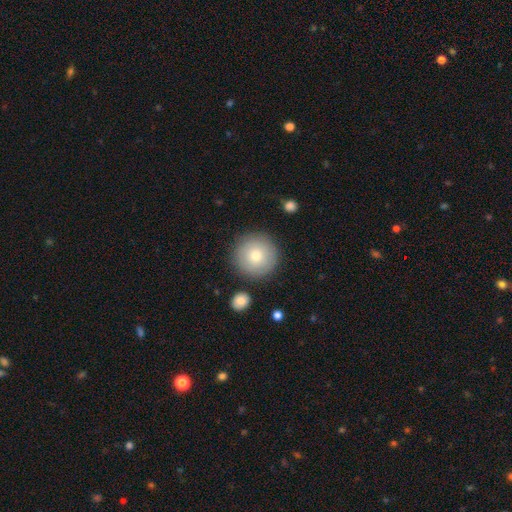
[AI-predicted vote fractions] smooth_or_featured: smooth (p=0.75) [alt: featured or disk p=0.16]
how_rounded: round (p=0.96) [alt: in between p=0.03]
merging: none (p=0.86) [alt: minor disturbance p=0.08]